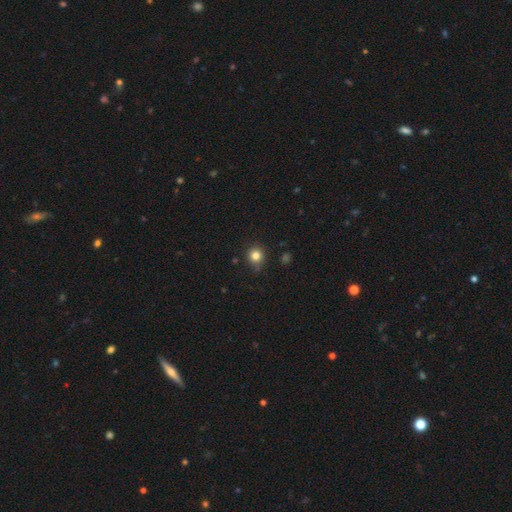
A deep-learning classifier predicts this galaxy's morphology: A smooth galaxy with no disk features (82%) that is round (92%).

Vote fractions:
- Smooth or featured? smooth: 82% / star or artifact: 13% / featured or disk: 5%
- How rounded? round: 92% / in between: 7% / cigar-shaped: 1%
- Merging? none: 86% / minor disturbance: 10% / major disturbance: 2% / merger: 2%